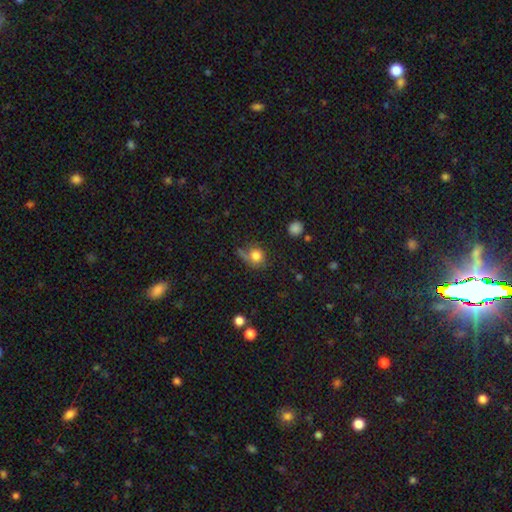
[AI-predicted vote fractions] smooth-or-featured: smooth: 77% | star or artifact: 13% | featured or disk: 11%
  how-rounded: round: 78% | in between: 20% | cigar-shaped: 1%
  merging: none: 53% | minor disturbance: 24% | major disturbance: 16% | merger: 7%